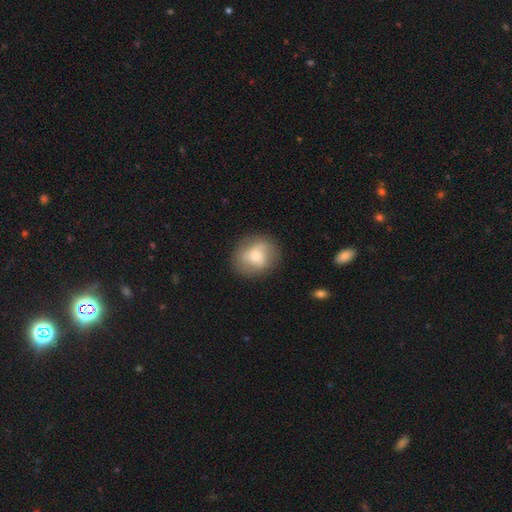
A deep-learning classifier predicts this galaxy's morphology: The model was most divided on "smooth or featured": featured or disk: 48%, smooth: 44%, star or artifact: 8%. More confident: merging — none (80%).